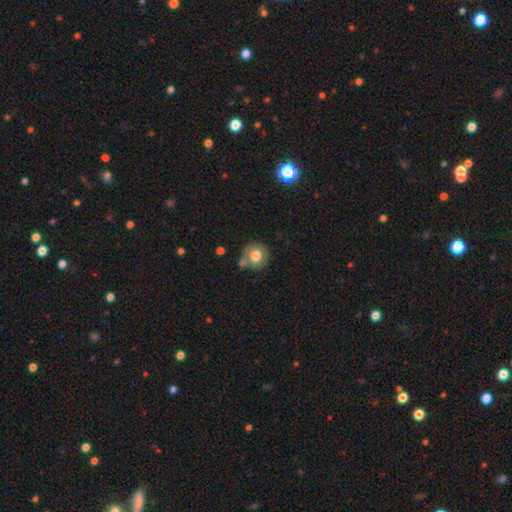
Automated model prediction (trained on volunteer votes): smooth_or_featured: smooth (p=0.68) [alt: featured or disk p=0.24]
how_rounded: round (p=0.86) [alt: in between p=0.13]
merging: none (p=0.58) [alt: minor disturbance p=0.19]